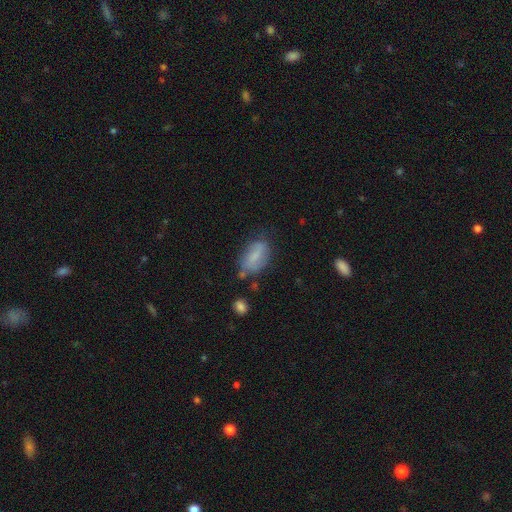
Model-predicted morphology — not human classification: Overall: smooth (65%; featured or disk 27%). How rounded: in between (89%). Merging: none (57%; minor disturbance 28%).